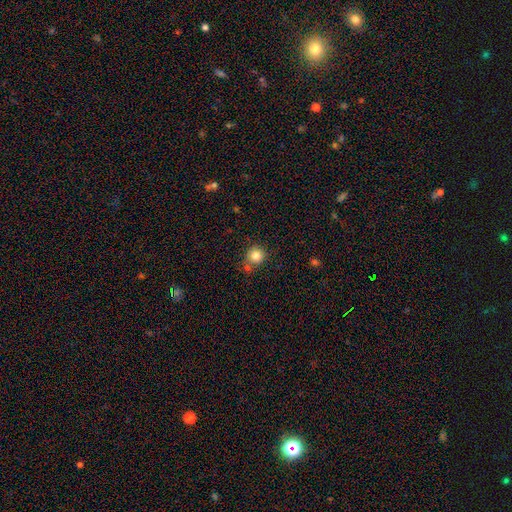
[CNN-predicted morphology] Smooth or featured? Predicted: smooth (p=0.83). How rounded? Predicted: round (p=0.91). Merging? Predicted: none (p=0.70).